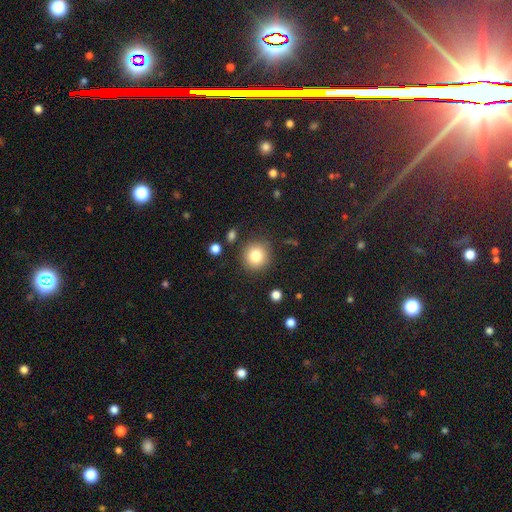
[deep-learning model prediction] Q: Smooth or featured?
A: smooth (81%); runner-up: star or artifact (11%)
Q: How rounded?
A: round (92%); runner-up: in between (7%)
Q: Merging?
A: none (87%); runner-up: minor disturbance (8%)